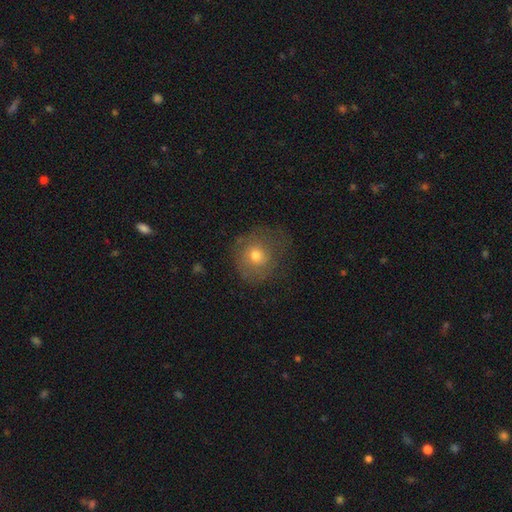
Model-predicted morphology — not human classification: Smooth or featured: smooth — 63% (featured or disk — 25%)
How rounded: round — 83% (in between — 16%)
Merging: none — 61% (minor disturbance — 22%)